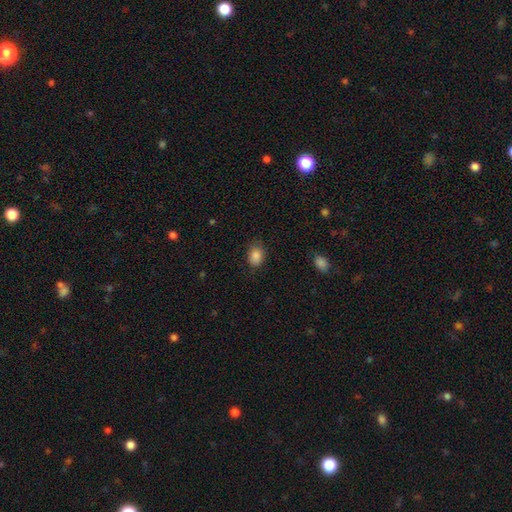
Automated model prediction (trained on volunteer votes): smooth-or-featured: smooth: 86% | star or artifact: 9% | featured or disk: 5%
  how-rounded: in between: 69% | round: 30% | cigar-shaped: 1%
  merging: none: 76% | minor disturbance: 18% | major disturbance: 4% | merger: 1%